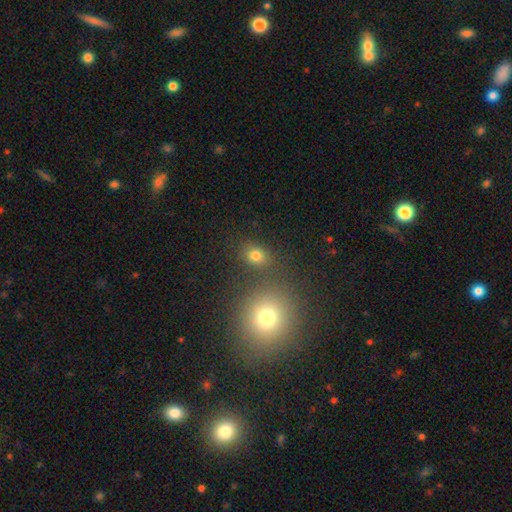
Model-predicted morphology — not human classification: type=smooth (75%); roundness=round (56%); merging=none (73%).